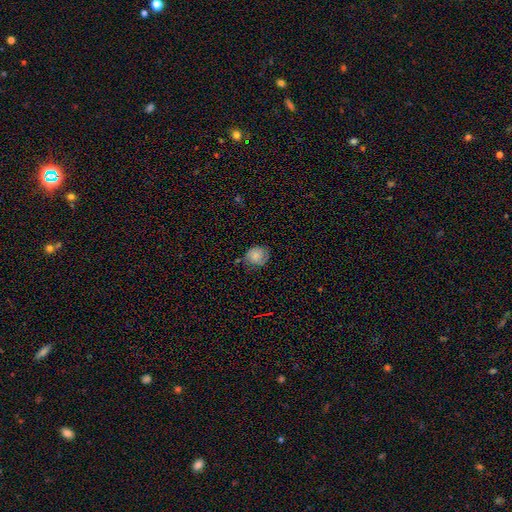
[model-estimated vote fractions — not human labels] Smooth or featured? Predicted: smooth (p=0.56). How rounded? Predicted: round (p=0.78). Merging? Predicted: none (p=0.67).